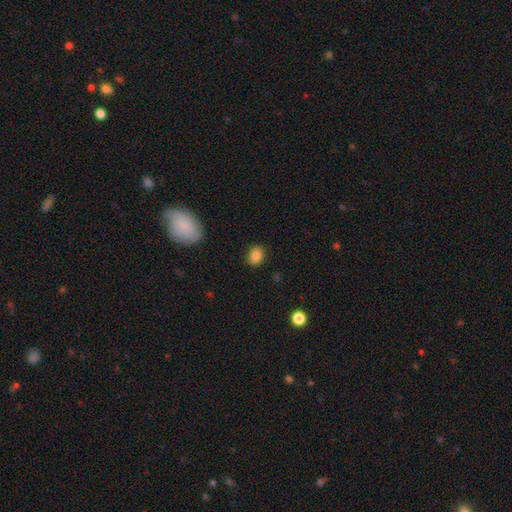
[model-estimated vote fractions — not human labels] smooth_or_featured: smooth (p=0.85) [alt: star or artifact p=0.09]
how_rounded: in between (p=0.57) [alt: round p=0.42]
merging: none (p=0.86) [alt: minor disturbance p=0.10]